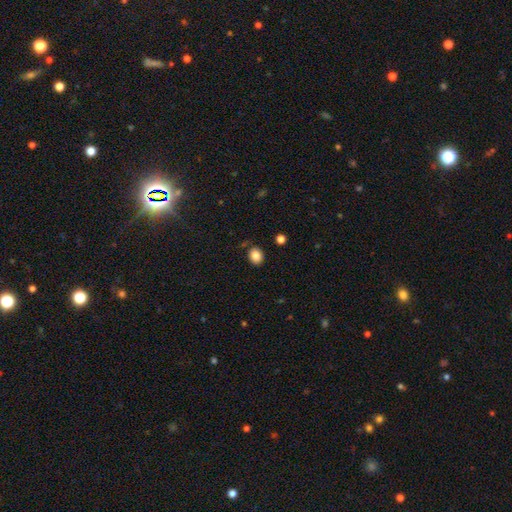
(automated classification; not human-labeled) This appears to be a smooth galaxy with no disk features (85%) that is round (57%). Merging: none (83%).